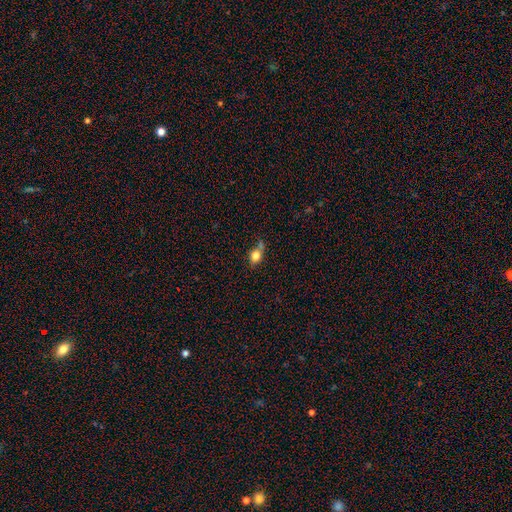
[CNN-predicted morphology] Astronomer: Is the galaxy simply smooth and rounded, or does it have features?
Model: smooth — 79%.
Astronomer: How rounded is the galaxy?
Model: in between — 61%.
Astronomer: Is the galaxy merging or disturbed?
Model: none — 50%.